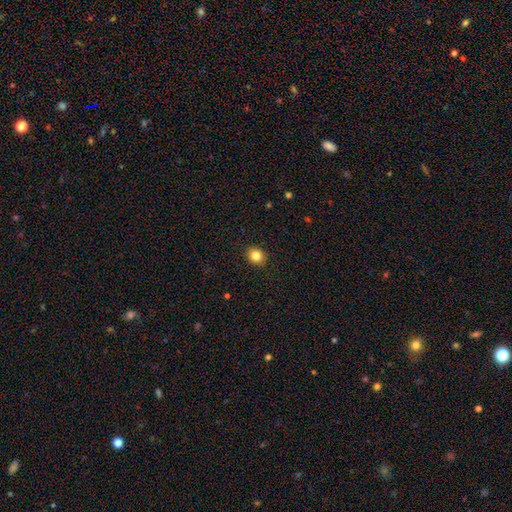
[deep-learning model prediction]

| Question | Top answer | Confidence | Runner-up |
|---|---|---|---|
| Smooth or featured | smooth | 83% | star or artifact (11%) |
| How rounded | round | 69% | in between (30%) |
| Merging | none | 91% | minor disturbance (6%) |